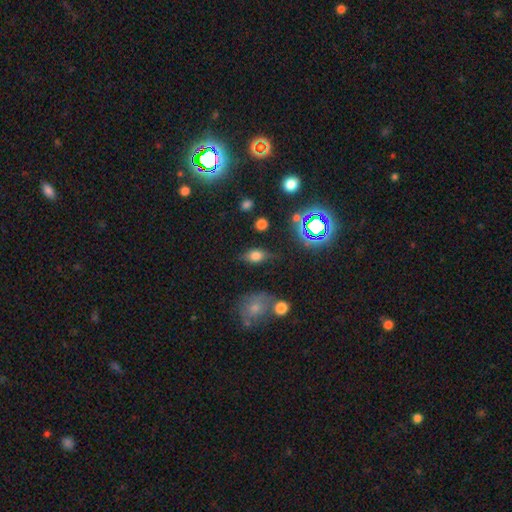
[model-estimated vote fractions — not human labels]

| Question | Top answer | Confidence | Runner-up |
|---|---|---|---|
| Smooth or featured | smooth | 69% | star or artifact (17%) |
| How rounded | in between | 79% | round (17%) |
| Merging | none | 64% | minor disturbance (23%) |